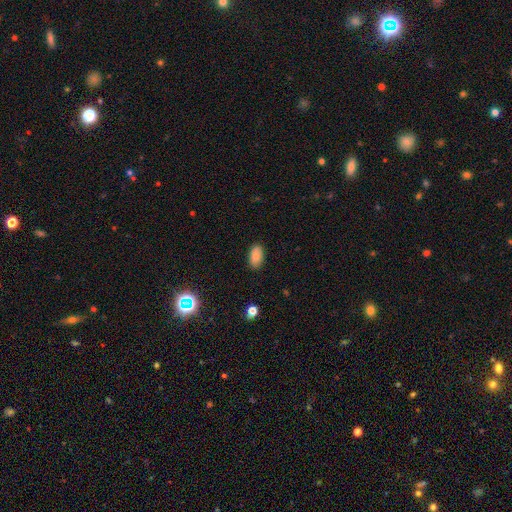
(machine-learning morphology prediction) type=smooth (85%); roundness=in between (93%); merging=none (87%).